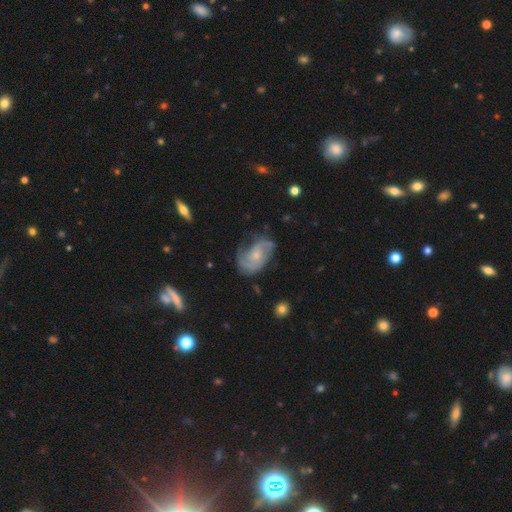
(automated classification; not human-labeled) Morphology: type=featured or disk (81%); edge-on=no (97%); bar=no (66%); spiral arms=yes (94%); winding=medium (46%); arm count=2 (62%); bulge=small (62%); merging=none (61%).